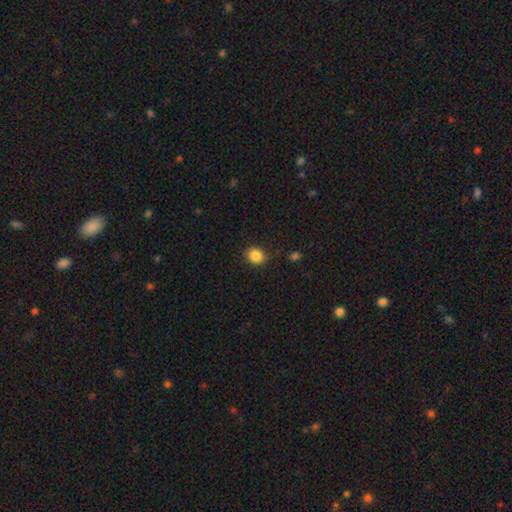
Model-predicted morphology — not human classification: The model was most divided on "how rounded": round: 68%, in between: 31%, cigar-shaped: 1%. More confident: merging — none (86%); smooth or featured — smooth (86%).